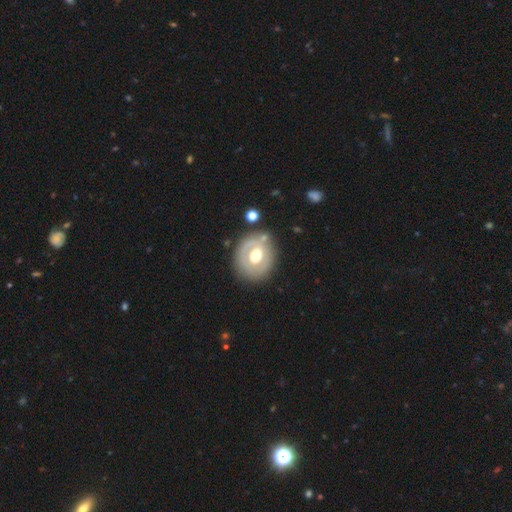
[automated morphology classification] Smooth or featured? featured or disk (55%)
Edge-on disk? no (95%)
Bar? no (67%)
Spiral arms? no (78%)
Bulge size? moderate (70%)
Merging? none (74%)